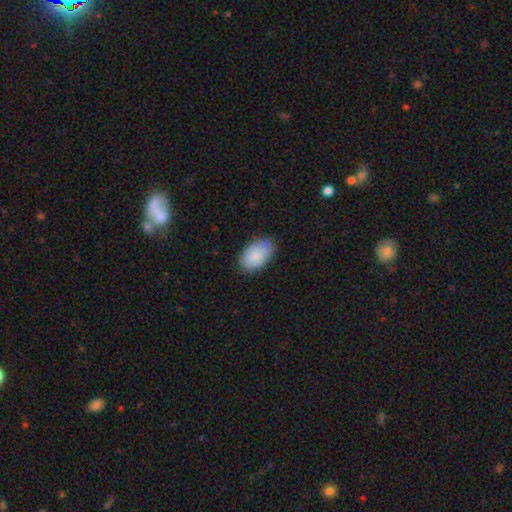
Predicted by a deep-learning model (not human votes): smooth 86%, featured or disk 8%, star or artifact 6%. Down the decision tree: how rounded — in between (93%); merging — none (83%).